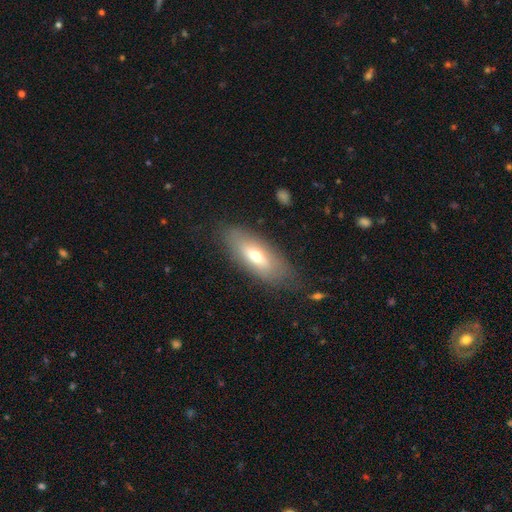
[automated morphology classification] This is possibly a smooth galaxy (59%). How rounded: likely in between (74%). Merging: likely none (77%).